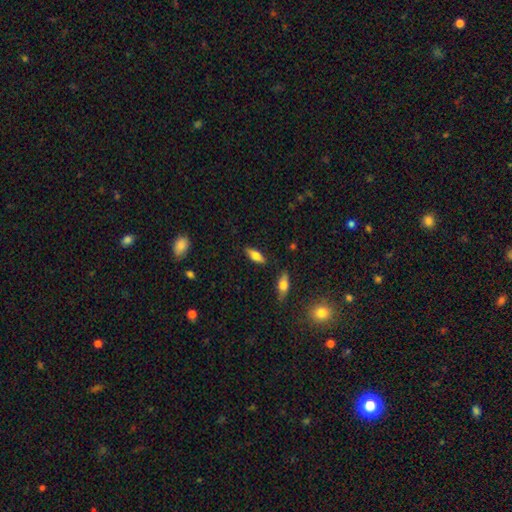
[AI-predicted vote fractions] A smooth galaxy with no disk features (66%) that is in between round and cigar-shaped (69%). Merging: none (84%).